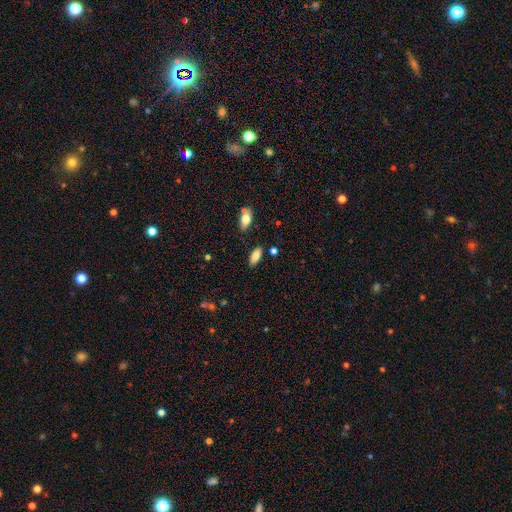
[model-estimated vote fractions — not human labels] smooth-or-featured: smooth: 82% | featured or disk: 11% | star or artifact: 8%
  how-rounded: in between: 84% | cigar-shaped: 14% | round: 2%
  merging: none: 83% | minor disturbance: 11% | merger: 3% | major disturbance: 3%